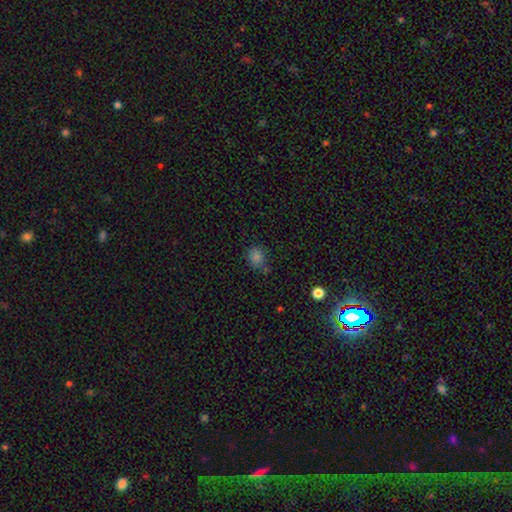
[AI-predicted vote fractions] smooth 77%, star or artifact 18%, featured or disk 6%. Down the decision tree: how rounded — round (66%); merging — none (72%).